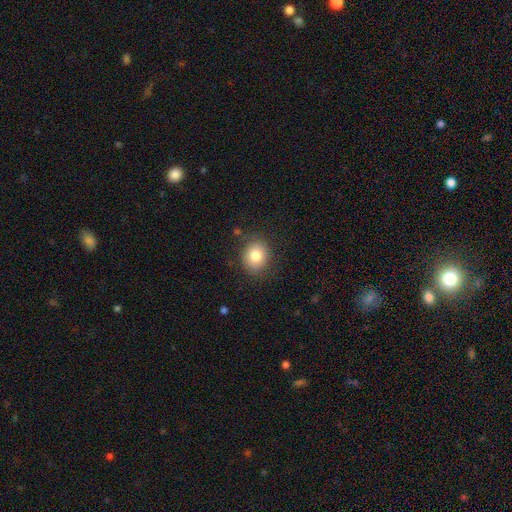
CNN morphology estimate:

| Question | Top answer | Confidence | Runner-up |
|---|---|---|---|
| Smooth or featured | smooth | 82% | star or artifact (9%) |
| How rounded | round | 66% | in between (33%) |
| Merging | none | 84% | minor disturbance (11%) |